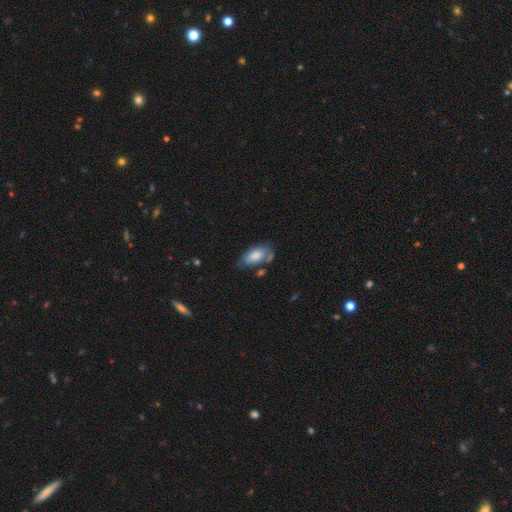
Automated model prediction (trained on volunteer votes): The model was most divided on "merging": none: 50%, minor disturbance: 29%, major disturbance: 12%, merger: 9%. More confident: how rounded — in between (92%); smooth or featured — smooth (73%).